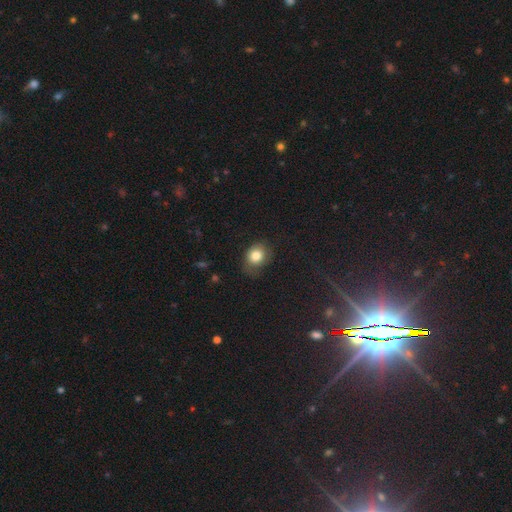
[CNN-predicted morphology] A smooth galaxy with no disk features (81%) that is round (57%). Merging: none (63%).